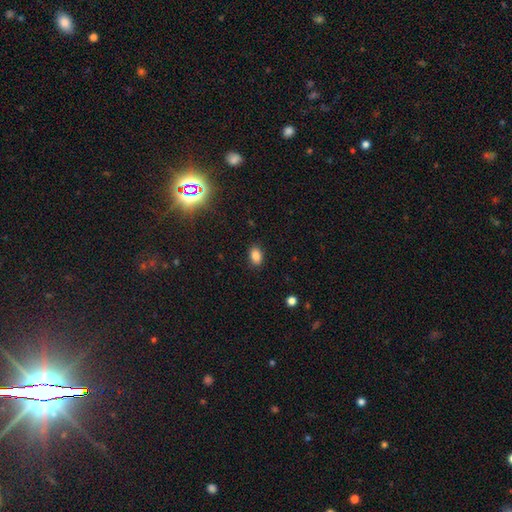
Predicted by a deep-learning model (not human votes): A smooth galaxy with no disk features (84%) that is in between round and cigar-shaped (79%). Merging: none (88%).